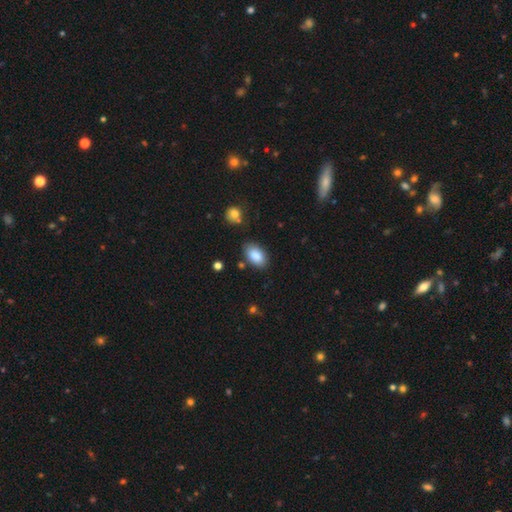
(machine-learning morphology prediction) smooth 87%, star or artifact 7%, featured or disk 6%. Down the decision tree: how rounded — in between (93%); merging — none (81%).